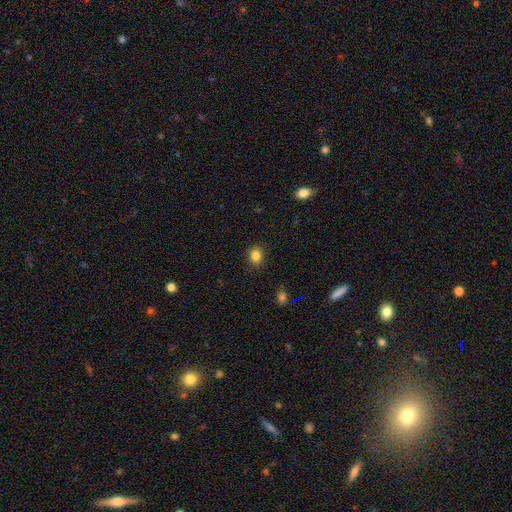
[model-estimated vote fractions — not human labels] smooth 84%, star or artifact 11%, featured or disk 5%. Down the decision tree: how rounded — round (71%); merging — none (88%).